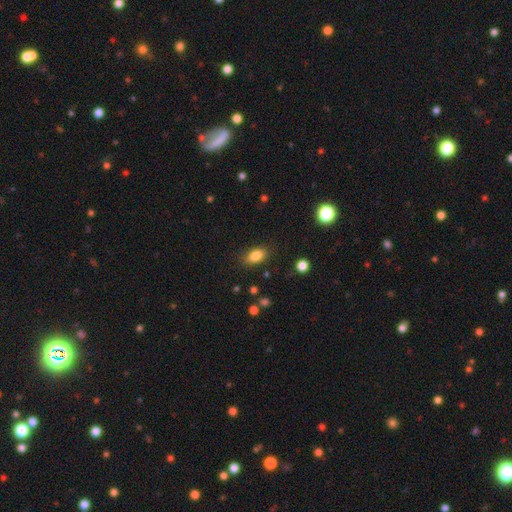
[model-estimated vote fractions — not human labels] Smooth or featured?
  - smooth: 85% *
  - star or artifact: 9%
  - featured or disk: 6%
How rounded?
  - in between: 87% *
  - round: 8%
  - cigar-shaped: 4%
Merging?
  - none: 83% *
  - minor disturbance: 12%
  - major disturbance: 4%
  - merger: 2%